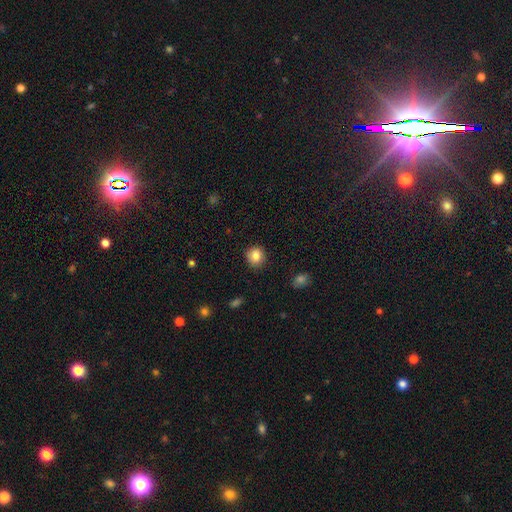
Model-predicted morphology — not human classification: Smooth or featured: smooth — 84% (star or artifact — 10%)
How rounded: round — 85% (in between — 14%)
Merging: none — 87% (minor disturbance — 10%)